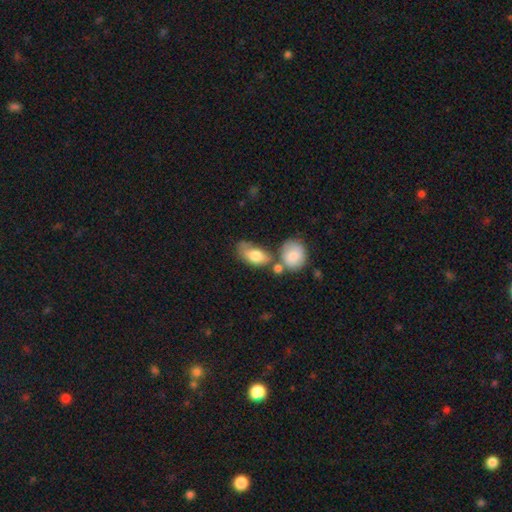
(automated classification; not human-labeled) The model was most divided on "merging": none: 42%, merger: 28%, minor disturbance: 20%, major disturbance: 9%. More confident: how rounded — in between (89%); smooth or featured — smooth (76%).